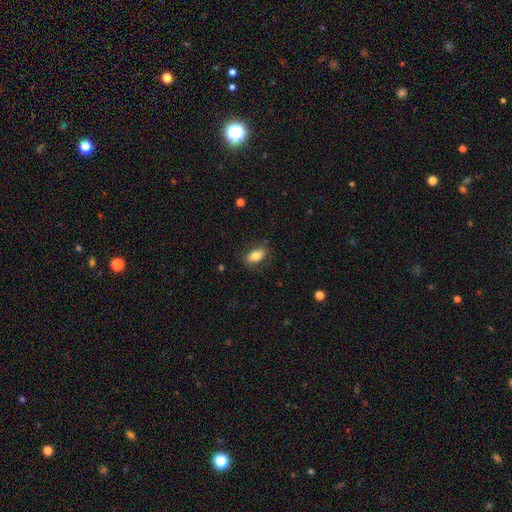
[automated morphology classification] This is likely a smooth galaxy (78%). How rounded: clearly in between (89%). Merging: clearly none (80%).